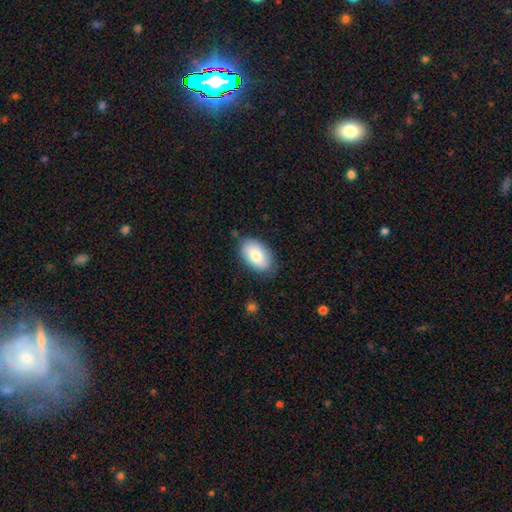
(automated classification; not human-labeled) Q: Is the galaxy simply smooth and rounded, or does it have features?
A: smooth — 79%.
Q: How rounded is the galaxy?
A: in between — 94%.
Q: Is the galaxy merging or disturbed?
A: none — 78%.